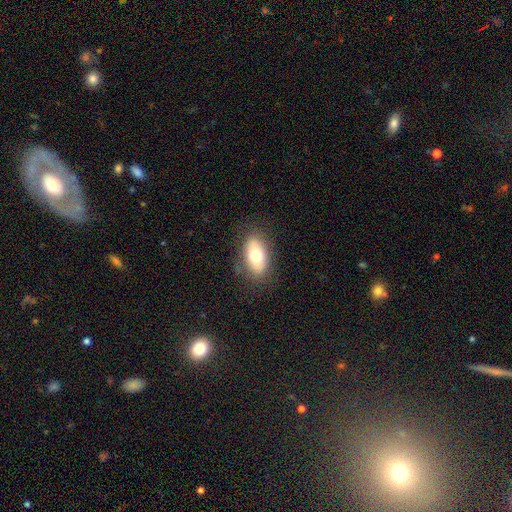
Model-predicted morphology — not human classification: Smooth or featured: smooth — 72% (featured or disk — 21%)
How rounded: in between — 92% (round — 6%)
Merging: none — 83% (minor disturbance — 12%)